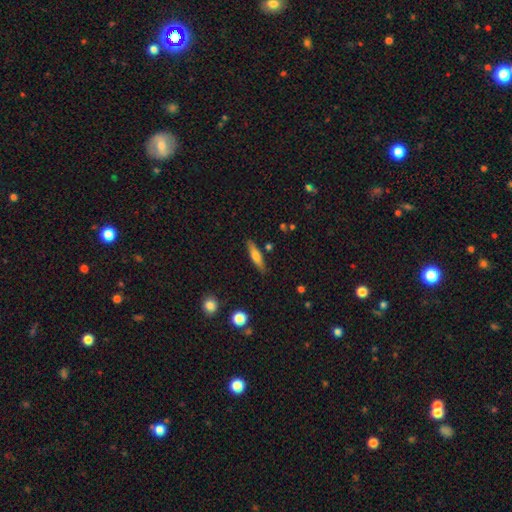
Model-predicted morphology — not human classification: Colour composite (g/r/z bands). It shows a smooth galaxy with no disk features (59%) that is cigar-shaped (77%). Merging: none (85%).